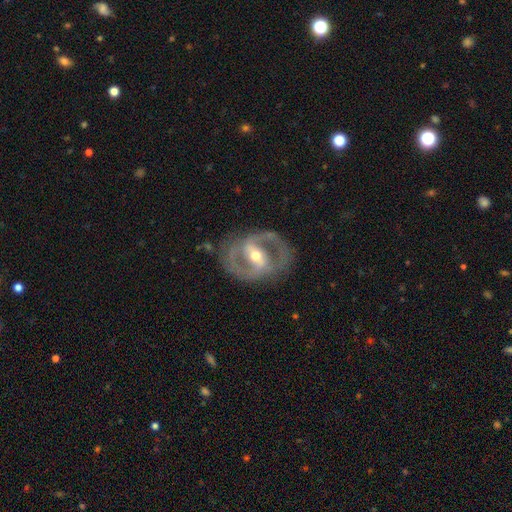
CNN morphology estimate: Smooth or featured? Predicted: featured or disk (p=0.86). Edge-on disk? Predicted: no (p=0.95). Bar? Predicted: strong (p=0.51). Spiral arms? Predicted: yes (p=0.80). Spiral winding? Predicted: medium (p=0.54). Spiral arm count? Predicted: 2 (p=0.87). Bulge size? Predicted: moderate (p=0.67). Merging? Predicted: none (p=0.75).